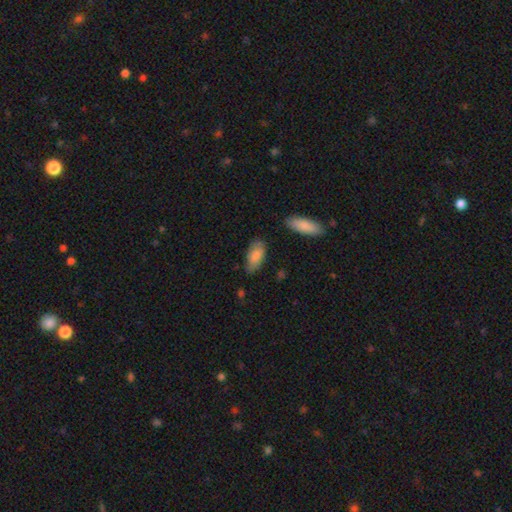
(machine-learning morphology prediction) Overall: smooth (82%). How rounded: in between (90%). Merging: none (72%).